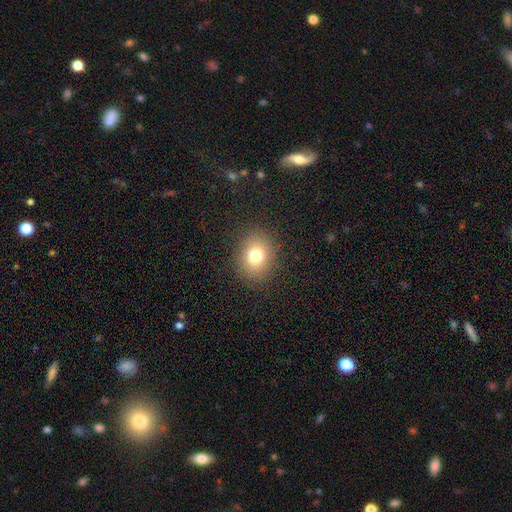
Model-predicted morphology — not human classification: Smooth or featured? Predicted: smooth (p=0.77). How rounded? Predicted: round (p=0.52). Merging? Predicted: none (p=0.88).